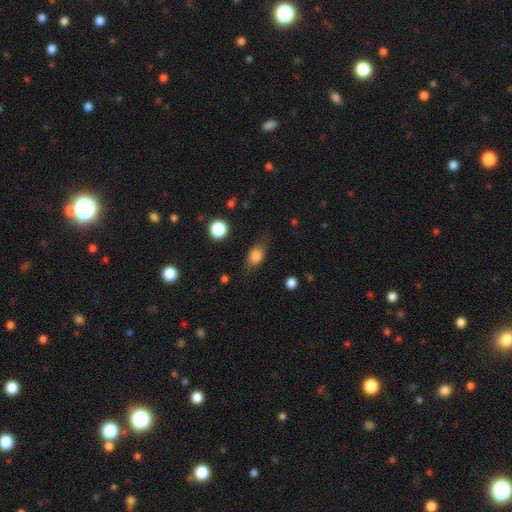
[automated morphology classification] Smooth or featured? smooth (75%)
How rounded? in between (70%)
Merging? none (67%)